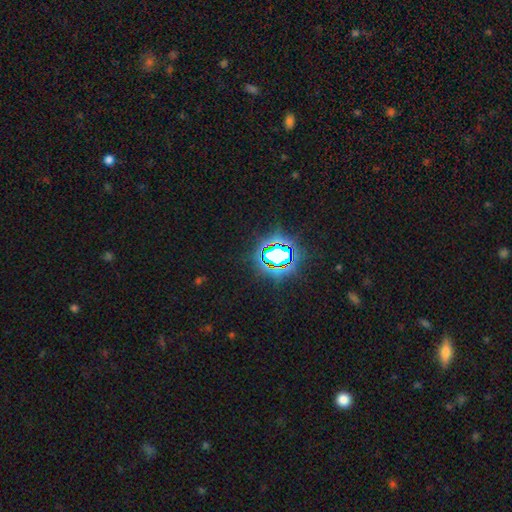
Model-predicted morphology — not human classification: A star or artifact, not a galaxy (80%).